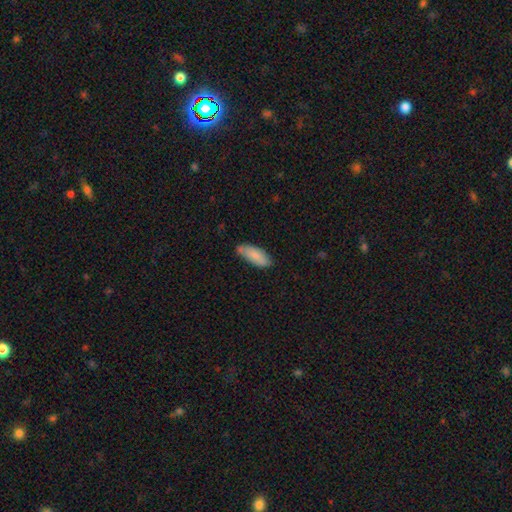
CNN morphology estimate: Smooth or featured: smooth — 85% (featured or disk — 10%)
How rounded: in between — 77% (cigar-shaped — 22%)
Merging: none — 70% (minor disturbance — 22%)